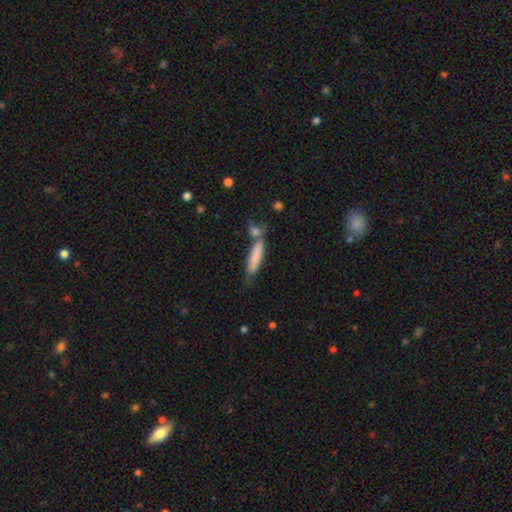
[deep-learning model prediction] A smooth galaxy with no disk features (78%) that is cigar-shaped (79%). Merging: none (53%).